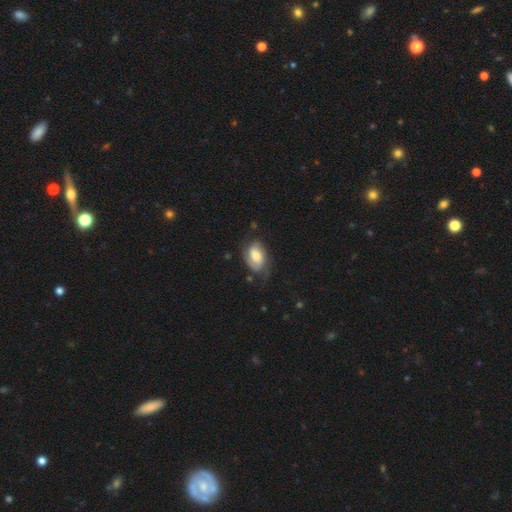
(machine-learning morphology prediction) Smooth or featured?
  - featured or disk: 47% *
  - smooth: 46%
  - star or artifact: 7%
Merging?
  - none: 55% *
  - minor disturbance: 28%
  - major disturbance: 15%
  - merger: 2%